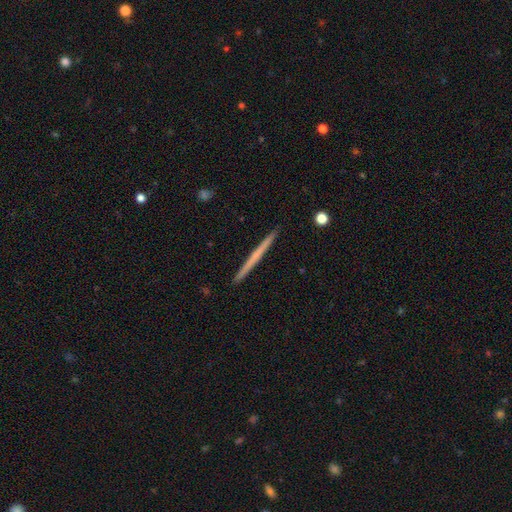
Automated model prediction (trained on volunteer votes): Q: Smooth or featured?
A: featured or disk (50%); runner-up: smooth (44%)
Q: Edge-on disk?
A: yes (98%); runner-up: no (2%)
Q: Merging?
A: none (93%); runner-up: minor disturbance (5%)